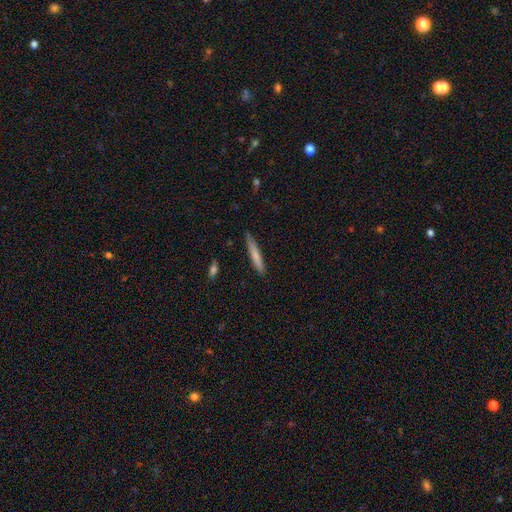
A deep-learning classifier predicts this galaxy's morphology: This appears to be a smooth galaxy with no disk features (72%) that is cigar-shaped (94%). Merging: none (83%).